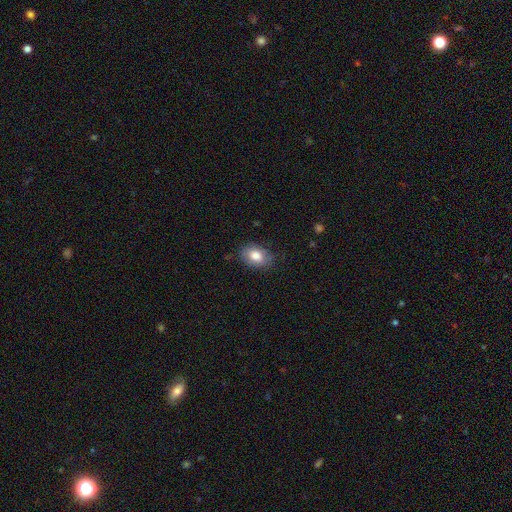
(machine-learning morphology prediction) type=smooth (81%); roundness=in between (80%); merging=none (79%).